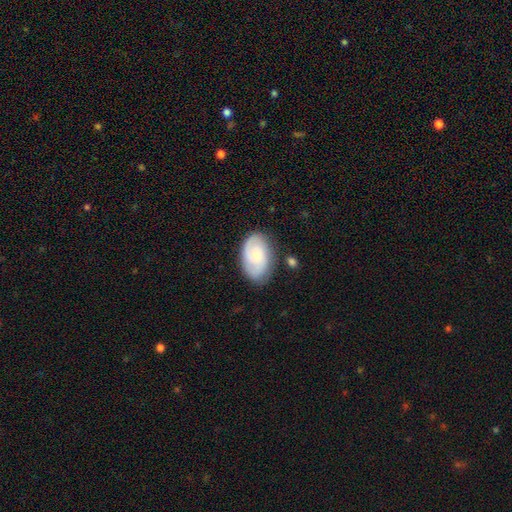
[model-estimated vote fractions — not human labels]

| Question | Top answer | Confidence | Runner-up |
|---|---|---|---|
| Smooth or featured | featured or disk | 55% | smooth (39%) |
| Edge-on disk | no | 96% | yes (4%) |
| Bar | no | 71% | weak (25%) |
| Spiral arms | yes | 89% | no (11%) |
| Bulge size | small | 64% | moderate (28%) |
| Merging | none | 76% | minor disturbance (17%) |